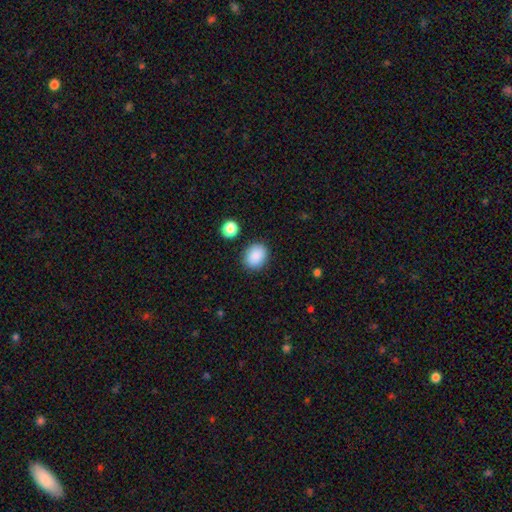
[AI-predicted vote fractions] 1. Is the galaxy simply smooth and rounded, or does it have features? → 89% smooth, 8% star or artifact, 3% featured or disk.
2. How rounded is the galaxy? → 52% round, 47% in between, 1% cigar-shaped.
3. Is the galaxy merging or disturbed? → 86% none, 9% minor disturbance, 3% major disturbance, 2% merger.